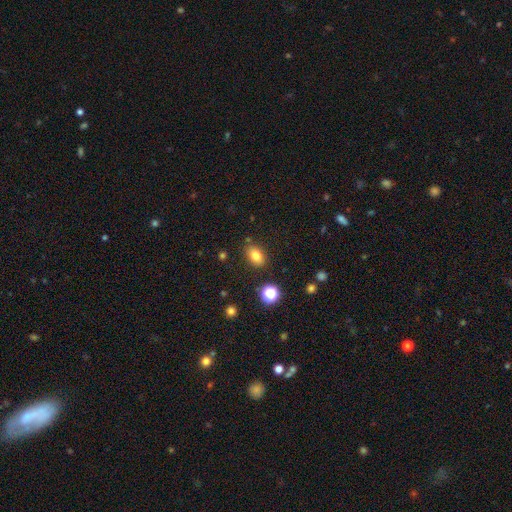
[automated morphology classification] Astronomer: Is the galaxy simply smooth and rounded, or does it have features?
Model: smooth — 79%.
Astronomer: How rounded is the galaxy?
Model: in between — 81%.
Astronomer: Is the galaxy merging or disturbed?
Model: none — 83%.